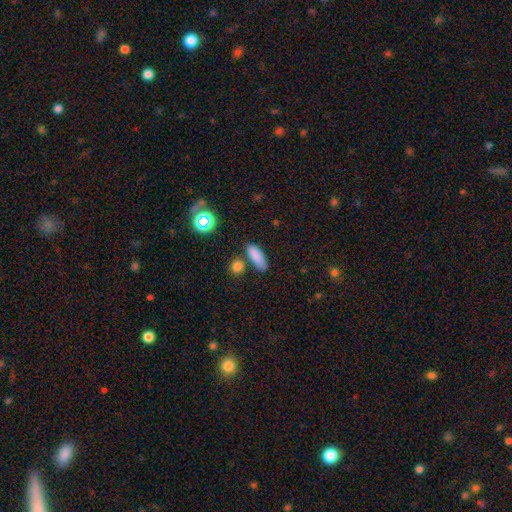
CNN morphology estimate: Overall: smooth (83%). How rounded: in between (59%; cigar-shaped 36%). Merging: none (74%).